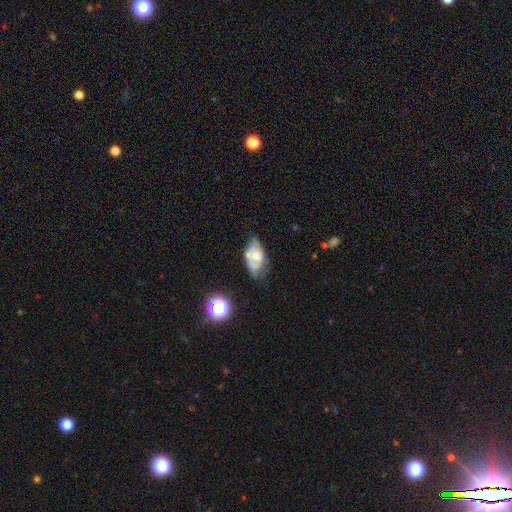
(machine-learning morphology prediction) smooth_or_featured: featured or disk (p=0.47) [alt: smooth p=0.44]
merging: none (p=0.41) [alt: minor disturbance p=0.39]